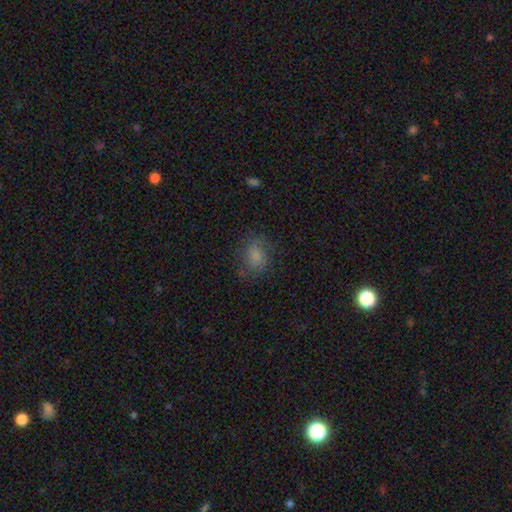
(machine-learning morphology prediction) Smooth or featured?
  - smooth: 69% *
  - featured or disk: 20%
  - star or artifact: 11%
How rounded?
  - in between: 61% *
  - round: 37%
  - cigar-shaped: 2%
Merging?
  - none: 67% *
  - minor disturbance: 21%
  - major disturbance: 11%
  - merger: 2%